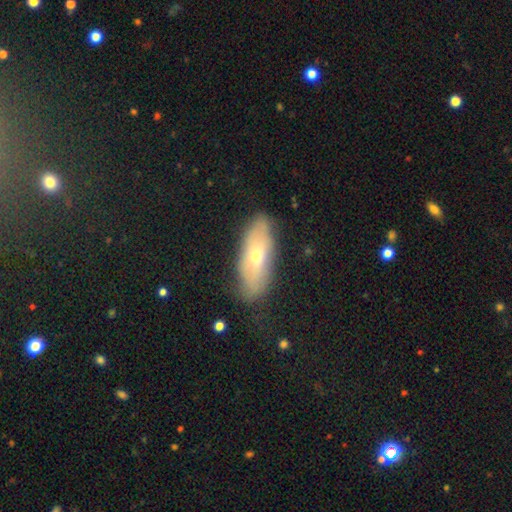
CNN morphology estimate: The model was most divided on "smooth or featured": smooth: 54%, featured or disk: 38%, star or artifact: 8%. More confident: merging — none (79%); how rounded — in between (71%).